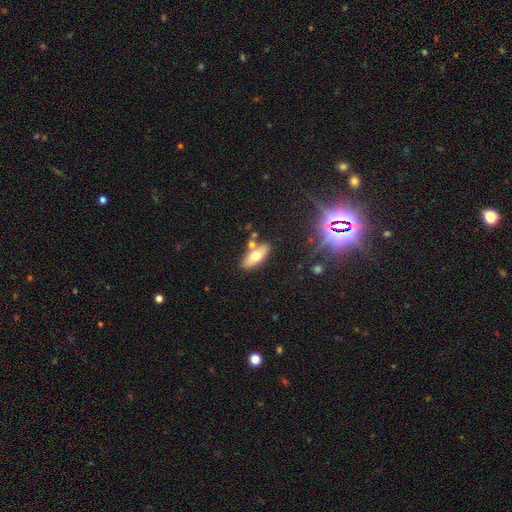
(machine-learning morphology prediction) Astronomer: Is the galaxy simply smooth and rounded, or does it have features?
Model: smooth — 64%.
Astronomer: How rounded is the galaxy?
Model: in between — 76%.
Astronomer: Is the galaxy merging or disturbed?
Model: none — 72%.